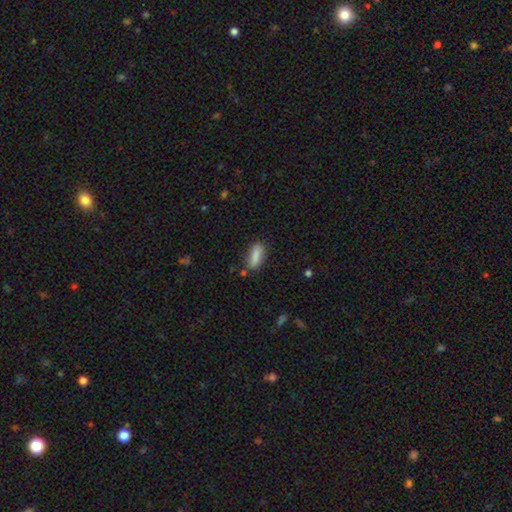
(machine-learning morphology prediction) Smooth or featured: smooth — 86% (featured or disk — 7%)
How rounded: in between — 59% (cigar-shaped — 39%)
Merging: none — 79% (minor disturbance — 14%)